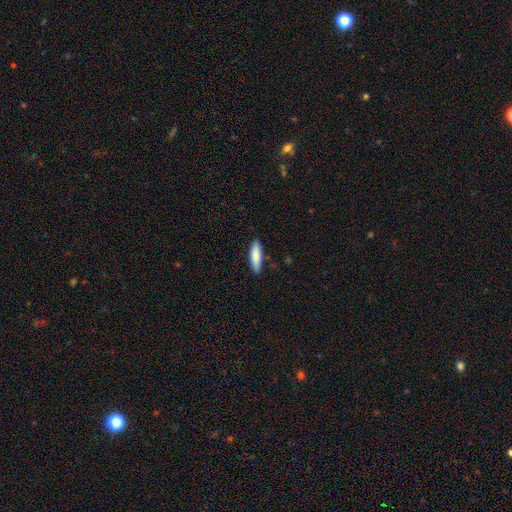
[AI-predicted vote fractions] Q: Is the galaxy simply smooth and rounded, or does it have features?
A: smooth — 86%.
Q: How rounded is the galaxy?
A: cigar-shaped — 58%.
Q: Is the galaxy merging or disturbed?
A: none — 86%.